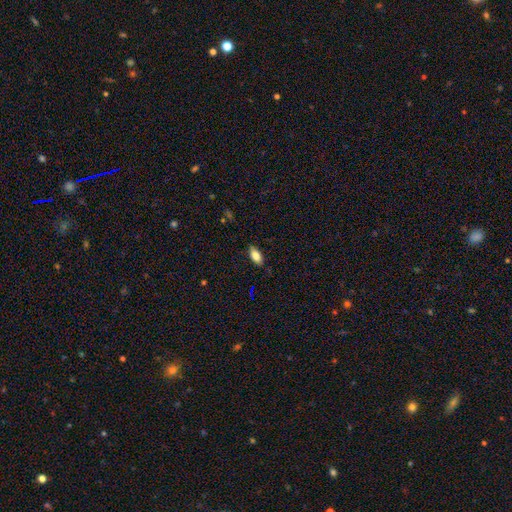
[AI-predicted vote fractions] This is likely a smooth galaxy (78%). How rounded: clearly in between (85%). Merging: clearly none (85%).